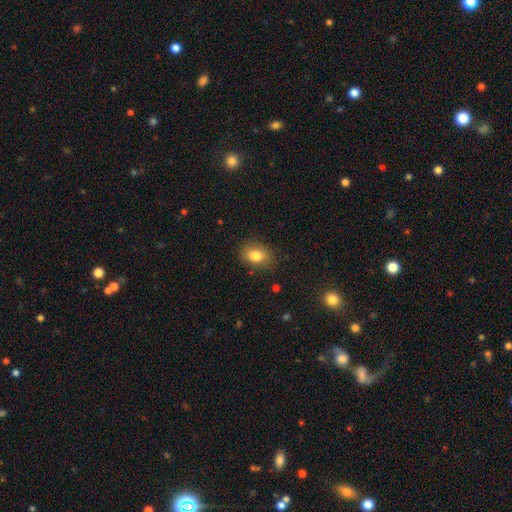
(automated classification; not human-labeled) smooth 82%, star or artifact 10%, featured or disk 9%. Down the decision tree: how rounded — in between (71%); merging — none (79%).